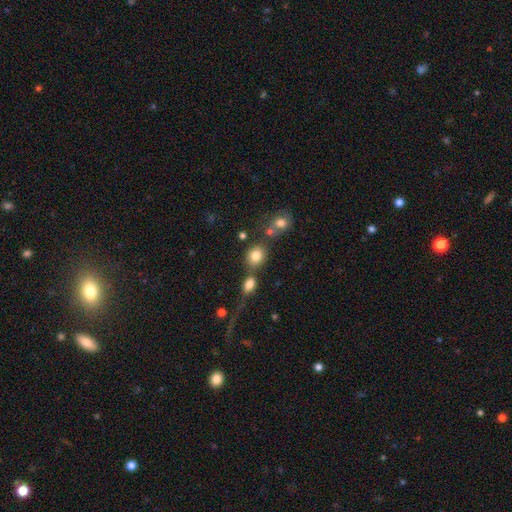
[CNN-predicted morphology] Overall: smooth (81%). How rounded: round (66%; in between 33%). Merging: none (57%; merger 26%).